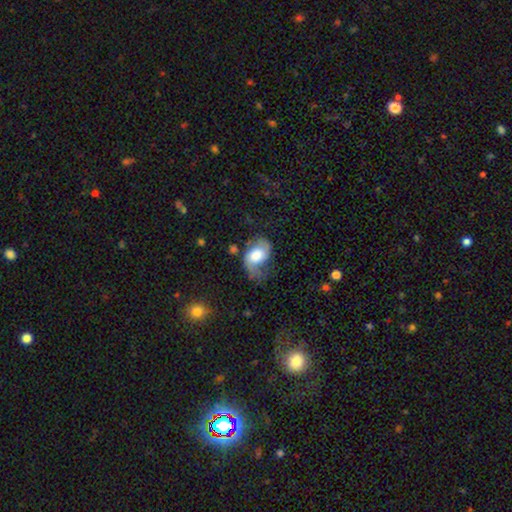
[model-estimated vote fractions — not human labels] The model was most divided on "merging": none: 37%, minor disturbance: 30%, major disturbance: 29%, merger: 3%. Remaining: edge-on disk — no (96%); spiral arms — yes (85%); bar — no (64%); smooth or featured — featured or disk (55%); bulge size — large (49%).